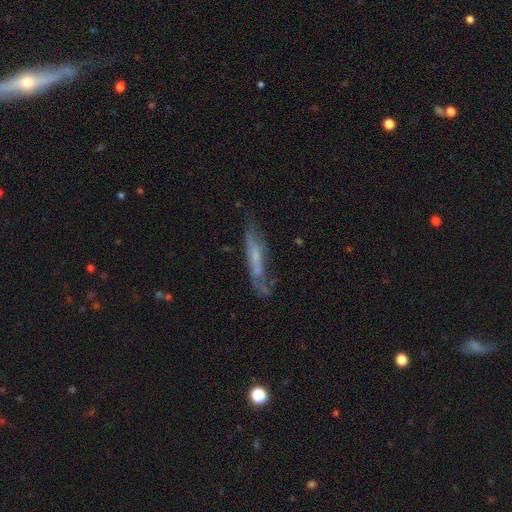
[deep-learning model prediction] smooth-or-featured: featured or disk: 57% | smooth: 34% | star or artifact: 9%
  disk-edge-on: yes: 55% | no: 45%
  merging: none: 56% | minor disturbance: 25% | major disturbance: 15% | merger: 4%